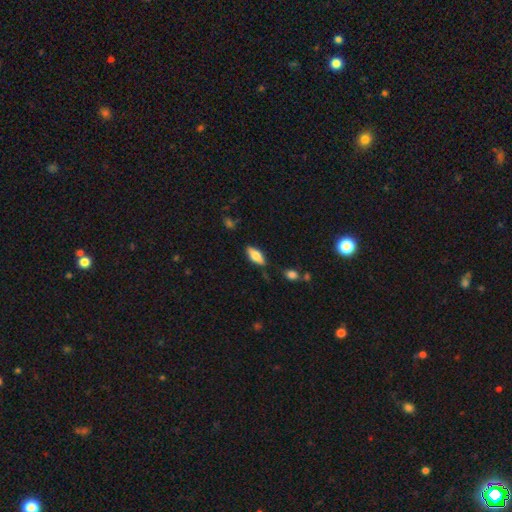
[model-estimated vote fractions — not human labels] A smooth galaxy with no disk features (72%) that is in between round and cigar-shaped (80%). Merging: none (79%).